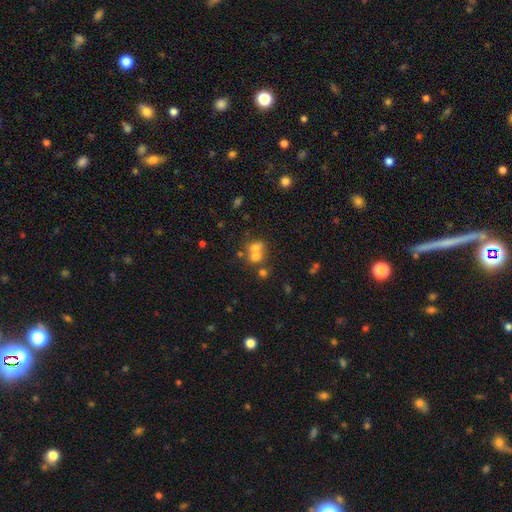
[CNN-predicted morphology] smooth_or_featured: smooth (p=0.61) [alt: featured or disk p=0.22]
how_rounded: round (p=0.74) [alt: in between p=0.25]
merging: merger (p=0.58) [alt: none p=0.32]